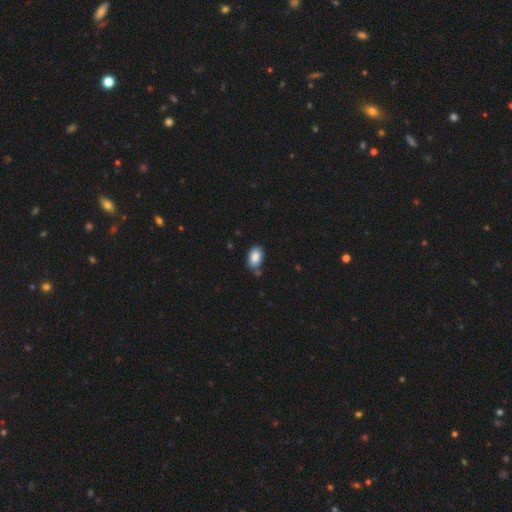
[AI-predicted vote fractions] smooth-or-featured: smooth: 87% | star or artifact: 8% | featured or disk: 5%
  how-rounded: in between: 88% | round: 11% | cigar-shaped: 1%
  merging: none: 71% | minor disturbance: 18% | merger: 7% | major disturbance: 3%